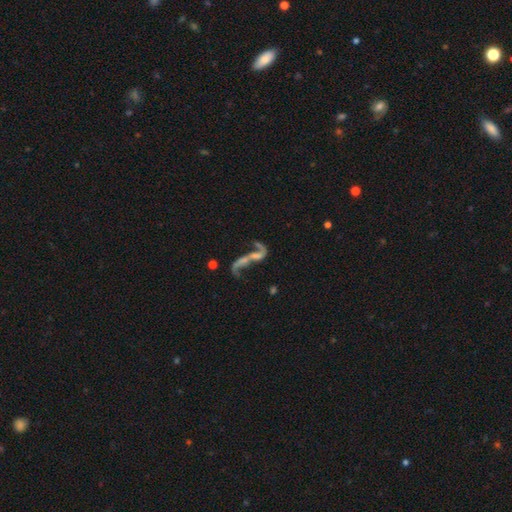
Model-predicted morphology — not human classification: The model was most divided on "bulge size": none: 41%, small: 39%, moderate: 15%, large: 3%, dominant: 2%. Remaining: spiral winding — loose (91%); edge-on disk — no (90%); spiral arms — yes (86%); spiral arm count — 2 (84%); smooth or featured — featured or disk (79%); bar — no (47%); merging — none (42%).